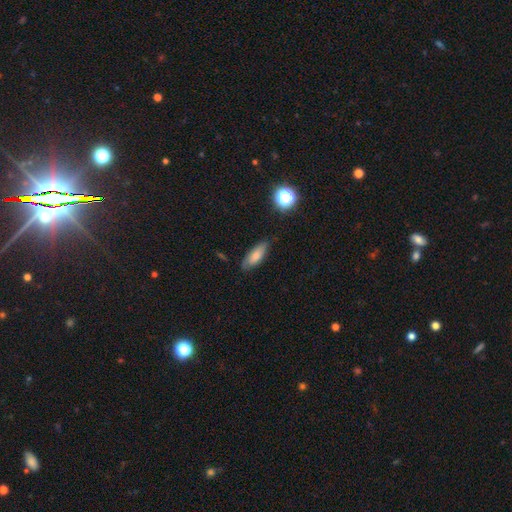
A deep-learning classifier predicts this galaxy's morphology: smooth 76%, featured or disk 15%, star or artifact 9%. Down the decision tree: how rounded — in between (66%); merging — none (76%).